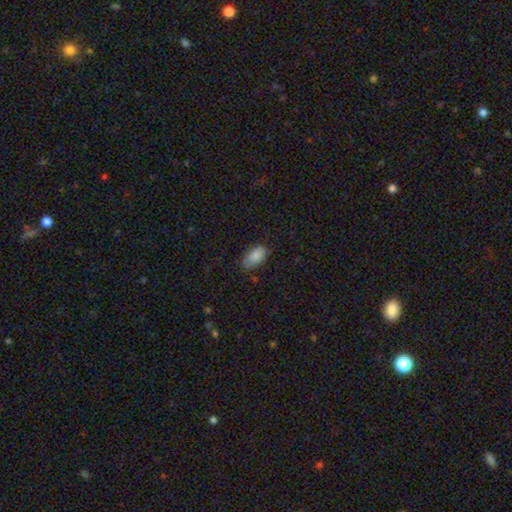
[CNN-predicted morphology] smooth_or_featured: smooth (p=0.85) [alt: featured or disk p=0.07]
how_rounded: in between (p=0.93) [alt: round p=0.04]
merging: none (p=0.66) [alt: minor disturbance p=0.27]